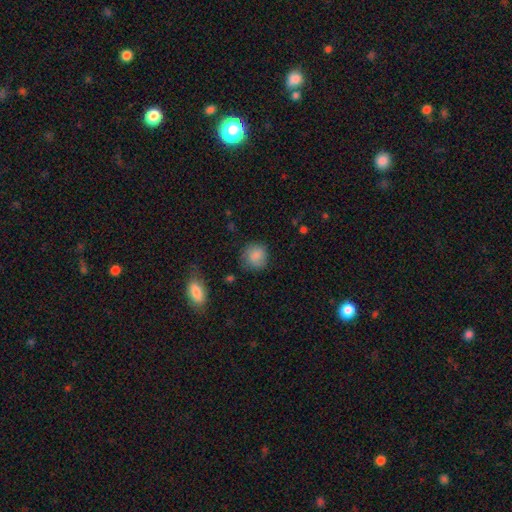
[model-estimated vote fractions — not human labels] Smooth or featured? smooth (85%)
How rounded? round (82%)
Merging? none (74%)